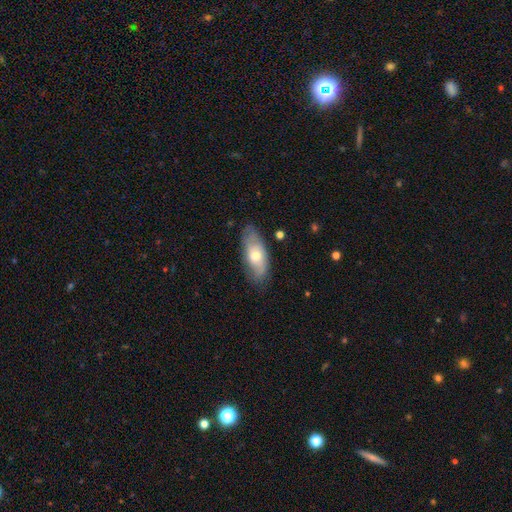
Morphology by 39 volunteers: Smooth or featured? smooth (62%)
How rounded? in between (71%)
Merging? none (89%)